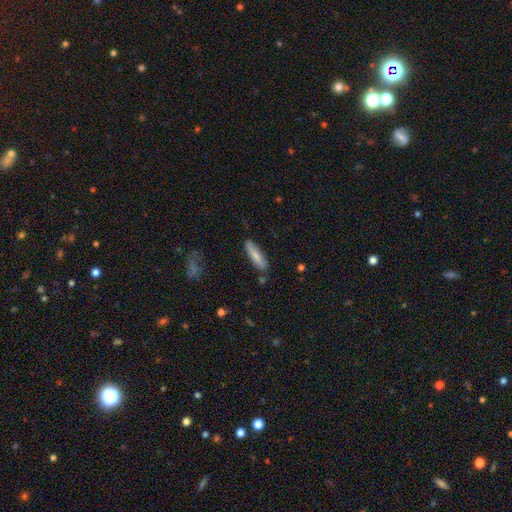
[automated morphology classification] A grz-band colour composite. It shows a smooth galaxy with no disk features (76%) that is cigar-shaped (72%). Merging: none (83%).